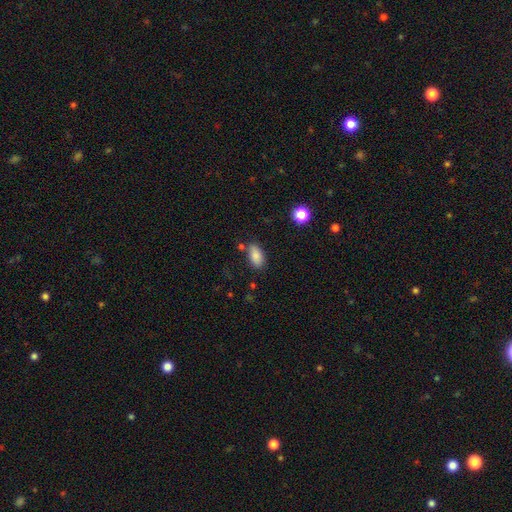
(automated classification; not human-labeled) Smooth or featured? smooth (85%)
How rounded? in between (91%)
Merging? none (73%)